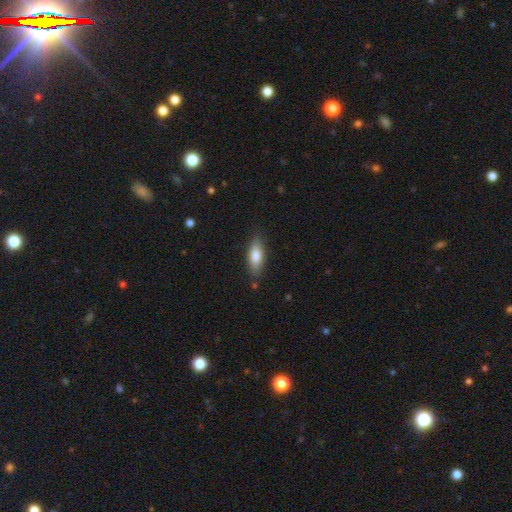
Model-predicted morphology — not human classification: smooth 77%, featured or disk 17%, star or artifact 6%. Down the decision tree: how rounded — in between (71%); merging — none (82%).